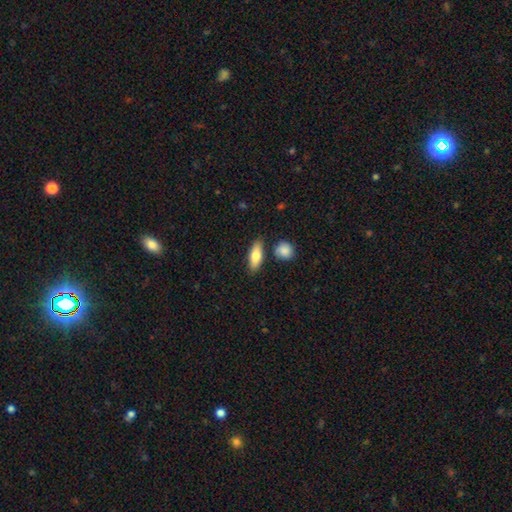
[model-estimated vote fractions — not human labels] Smooth or featured?
  - smooth: 76% *
  - featured or disk: 18%
  - star or artifact: 6%
How rounded?
  - in between: 69% *
  - cigar-shaped: 27%
  - round: 4%
Merging?
  - none: 80% *
  - minor disturbance: 11%
  - merger: 7%
  - major disturbance: 2%